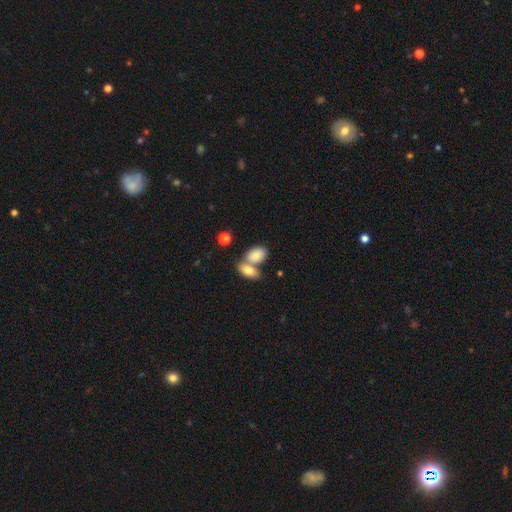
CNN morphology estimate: smooth-or-featured: smooth: 80% | featured or disk: 13% | star or artifact: 7%
  how-rounded: in between: 87% | round: 11% | cigar-shaped: 2%
  merging: merger: 52% | none: 36% | minor disturbance: 9% | major disturbance: 3%